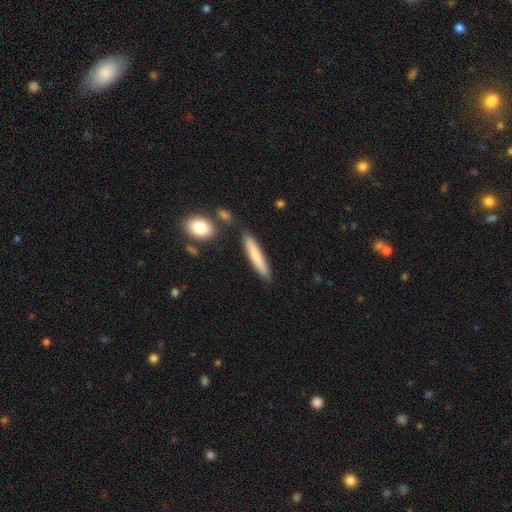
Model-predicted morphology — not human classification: Q: Smooth or featured?
A: smooth (76%); runner-up: featured or disk (18%)
Q: How rounded?
A: cigar-shaped (91%); runner-up: in between (8%)
Q: Merging?
A: none (82%); runner-up: minor disturbance (11%)